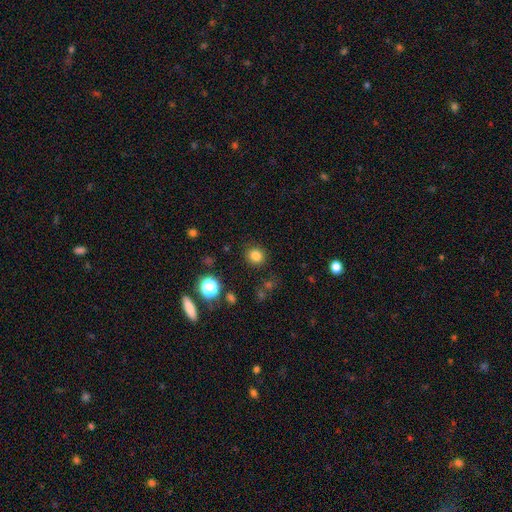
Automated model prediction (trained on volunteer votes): smooth 81%, star or artifact 14%, featured or disk 5%. Down the decision tree: how rounded — round (84%); merging — none (88%).